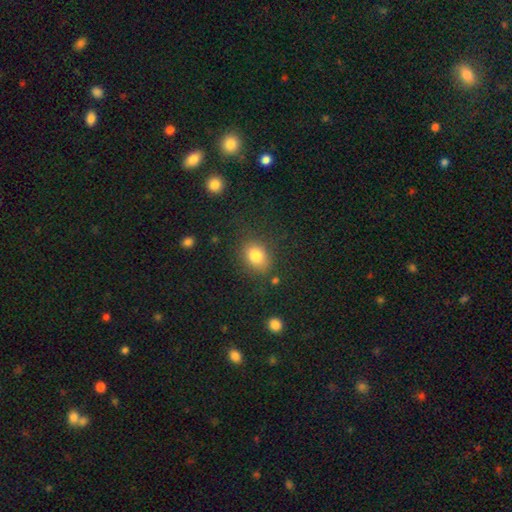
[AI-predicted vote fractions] Q: Smooth or featured?
A: smooth (81%); runner-up: star or artifact (11%)
Q: How rounded?
A: in between (60%); runner-up: round (38%)
Q: Merging?
A: none (78%); runner-up: minor disturbance (14%)